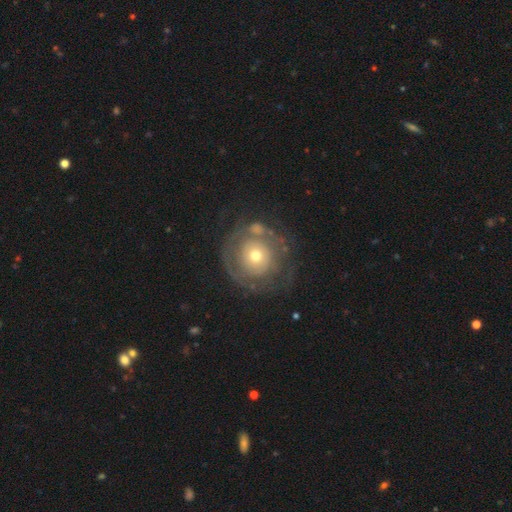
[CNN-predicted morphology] smooth-or-featured: featured or disk: 62% | smooth: 31% | star or artifact: 7%
  disk-edge-on: no: 97% | yes: 3%
    bar: no: 88% | weak: 9% | strong: 3%
    has-spiral-arms: yes: 56% | no: 44%
    bulge-size: moderate: 56% | small: 35% | large: 6% | dominant: 1% | none: 1%
  merging: none: 63% | minor disturbance: 17% | major disturbance: 14% | merger: 6%